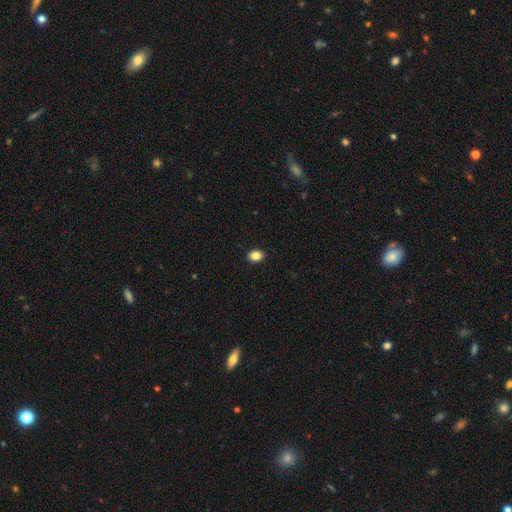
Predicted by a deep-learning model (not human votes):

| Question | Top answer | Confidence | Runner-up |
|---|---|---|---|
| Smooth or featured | smooth | 86% | star or artifact (9%) |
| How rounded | in between | 66% | round (33%) |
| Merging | none | 91% | minor disturbance (6%) |